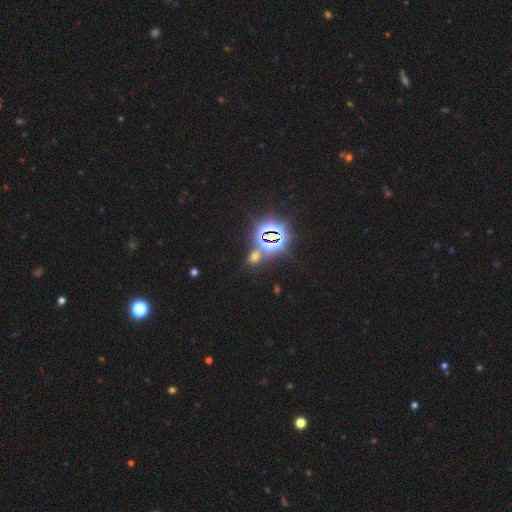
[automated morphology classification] Q: Smooth or featured?
A: star or artifact (69%); runner-up: smooth (23%)